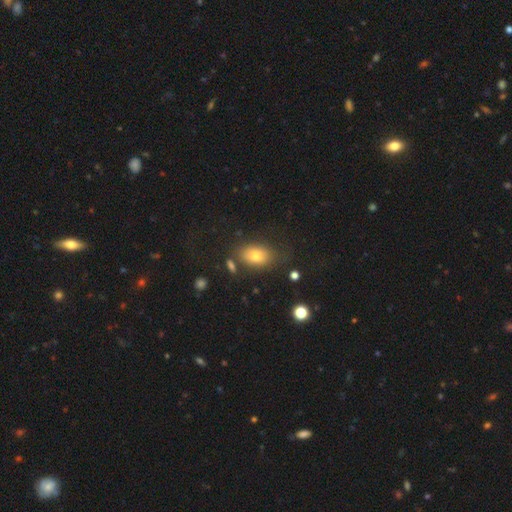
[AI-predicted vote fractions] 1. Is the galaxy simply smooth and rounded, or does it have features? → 75% smooth, 14% featured or disk, 11% star or artifact.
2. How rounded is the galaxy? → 81% in between, 18% round, 2% cigar-shaped.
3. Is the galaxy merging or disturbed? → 71% none, 17% minor disturbance, 6% merger, 6% major disturbance.